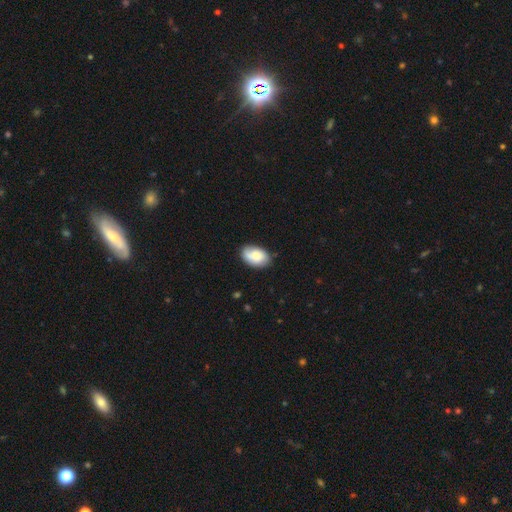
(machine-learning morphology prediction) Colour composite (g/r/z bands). It shows a smooth galaxy with no disk features (75%) that is in between round and cigar-shaped (91%). Merging: none (75%).